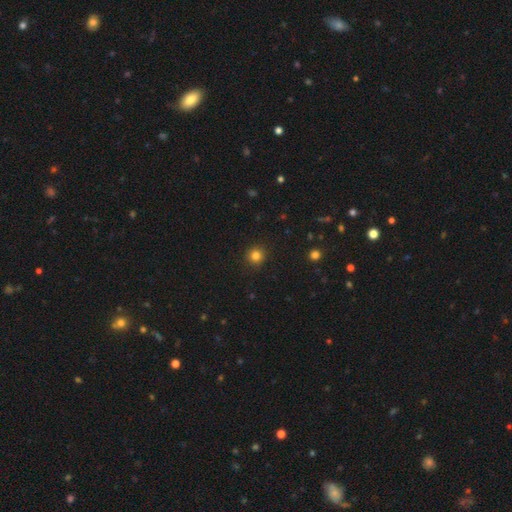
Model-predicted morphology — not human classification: This is clearly a smooth galaxy (82%). How rounded: clearly round (94%). Merging: clearly none (92%).